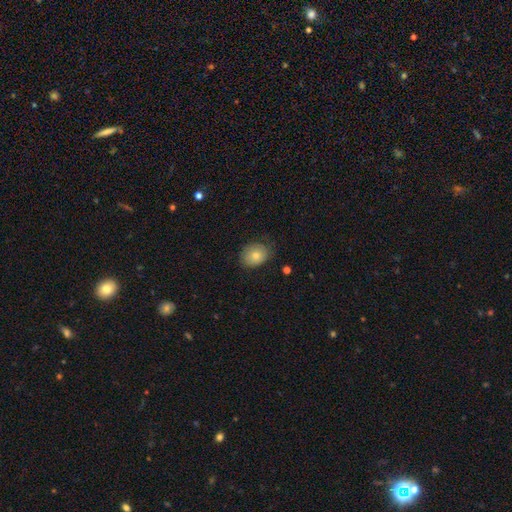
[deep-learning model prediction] Q: Smooth or featured?
A: smooth (75%); runner-up: featured or disk (15%)
Q: How rounded?
A: in between (54%); runner-up: round (45%)
Q: Merging?
A: none (75%); runner-up: minor disturbance (19%)